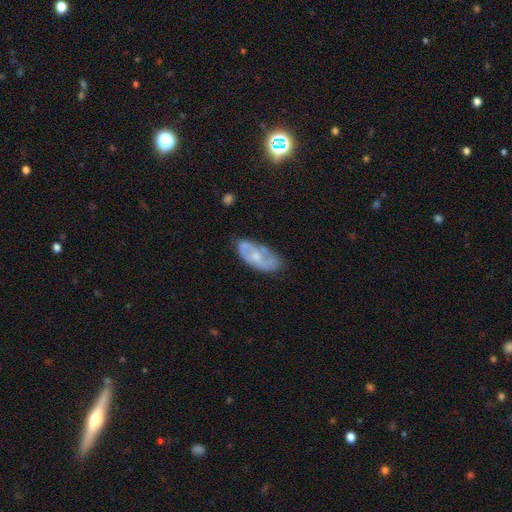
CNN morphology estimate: featured or disk 58%, smooth 35%, star or artifact 7%. Down the decision tree: edge-on disk — no (91%); bar — no (72%); spiral arms — yes (59%); bulge size — moderate (46%); merging — none (63%).